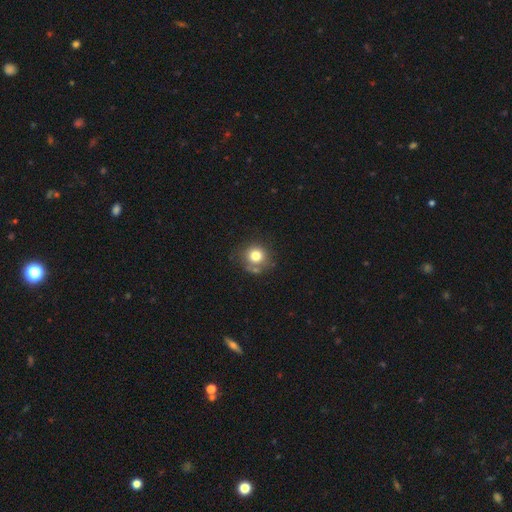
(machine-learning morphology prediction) Q: Smooth or featured?
A: smooth (78%); runner-up: star or artifact (12%)
Q: How rounded?
A: round (88%); runner-up: in between (11%)
Q: Merging?
A: none (67%); runner-up: minor disturbance (17%)